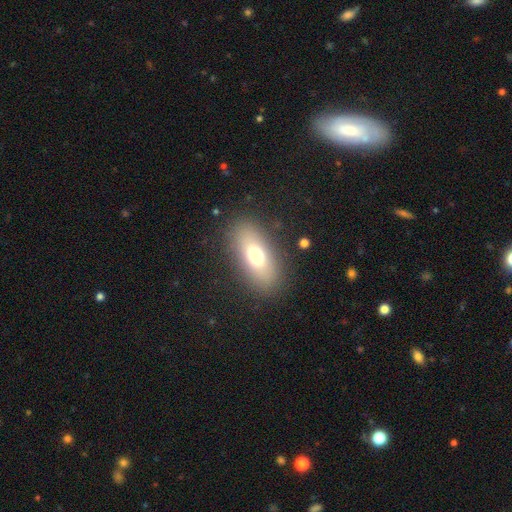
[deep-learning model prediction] Morphology: type=smooth (68%); roundness=in between (81%); merging=none (85%).